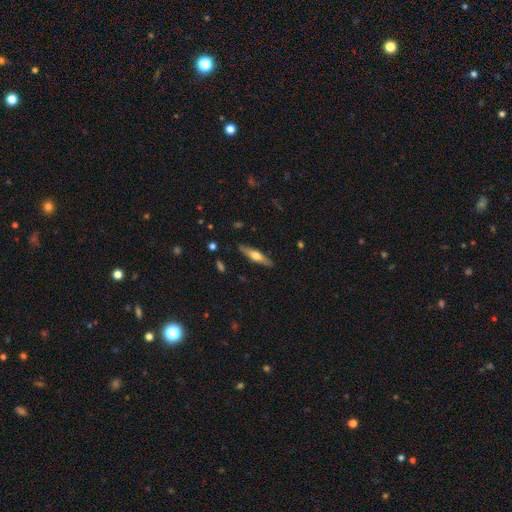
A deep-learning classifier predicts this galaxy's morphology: This appears to be a featured or disk galaxy (57%) viewed edge-on (94%) with a rounded central bulge (91%). Merging: none (89%).